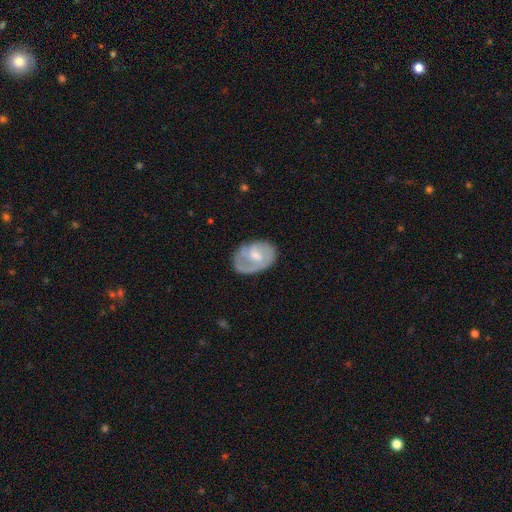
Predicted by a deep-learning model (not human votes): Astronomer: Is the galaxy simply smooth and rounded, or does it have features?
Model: featured or disk — 61%.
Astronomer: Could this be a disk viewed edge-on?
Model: no — 97%.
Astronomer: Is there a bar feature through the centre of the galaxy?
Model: weak — 48% (runner-up: no, 42%).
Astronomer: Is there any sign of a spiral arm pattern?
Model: yes — 73%.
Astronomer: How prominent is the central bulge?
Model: moderate — 45% (runner-up: small, 40%).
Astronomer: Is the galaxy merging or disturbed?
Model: none — 58%.